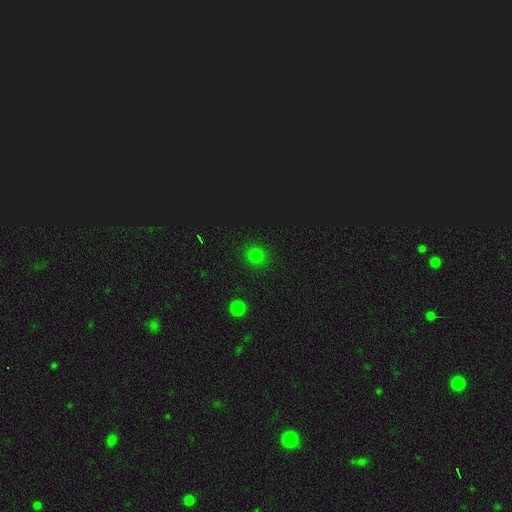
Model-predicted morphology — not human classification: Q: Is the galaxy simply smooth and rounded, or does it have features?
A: smooth — 76%.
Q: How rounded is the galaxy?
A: round — 90%.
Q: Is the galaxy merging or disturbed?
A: none — 90%.